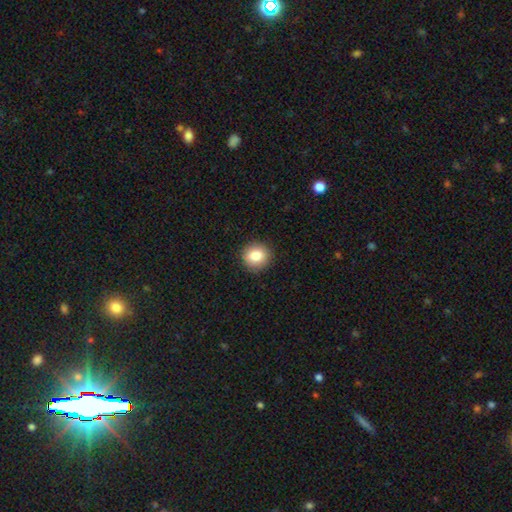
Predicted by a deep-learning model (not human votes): Smooth or featured? smooth (84%)
How rounded? round (88%)
Merging? none (90%)